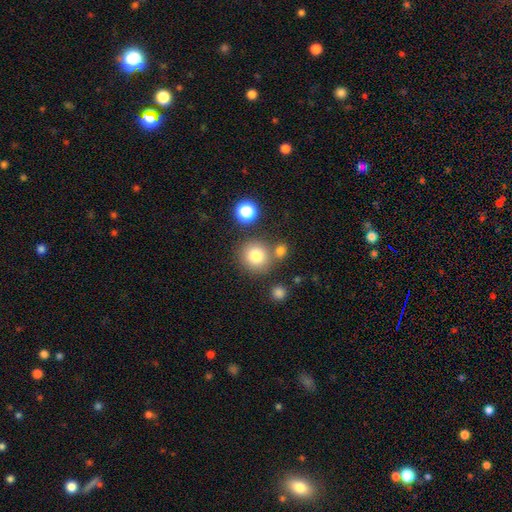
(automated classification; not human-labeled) Smooth or featured?
  - smooth: 80% *
  - star or artifact: 11%
  - featured or disk: 9%
How rounded?
  - round: 91% *
  - in between: 8%
  - cigar-shaped: 1%
Merging?
  - none: 71% *
  - merger: 15%
  - minor disturbance: 10%
  - major disturbance: 4%